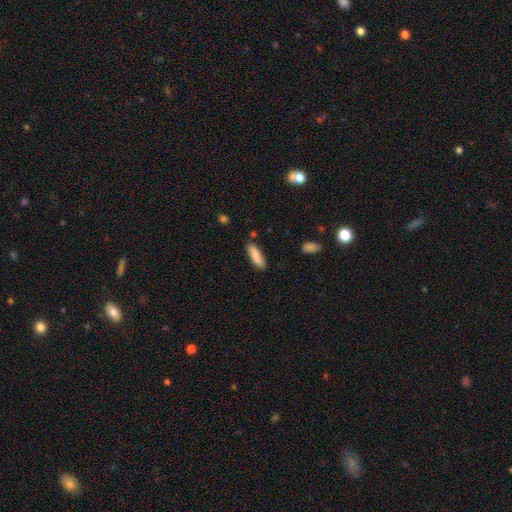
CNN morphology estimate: type=smooth (82%); roundness=cigar-shaped (51%); merging=none (81%).